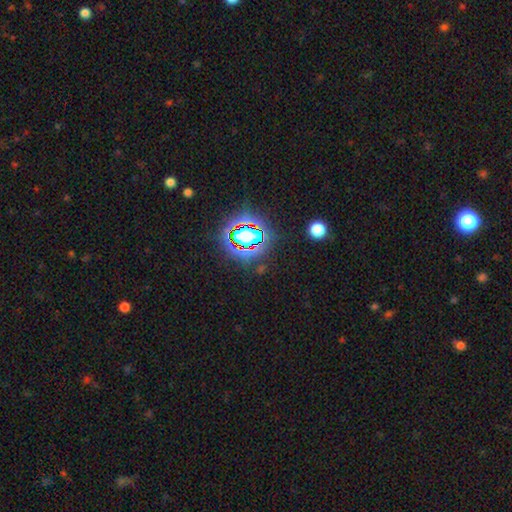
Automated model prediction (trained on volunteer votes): star or artifact 81%, smooth 12%, featured or disk 7%.